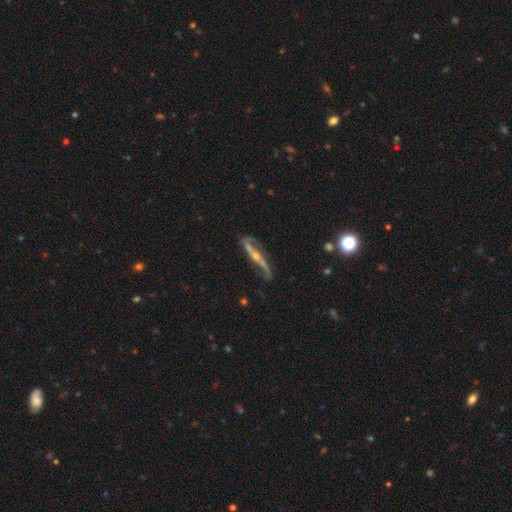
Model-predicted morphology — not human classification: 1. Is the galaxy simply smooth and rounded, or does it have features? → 84% featured or disk, 9% smooth, 7% star or artifact.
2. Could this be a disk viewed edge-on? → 57% no, 43% yes.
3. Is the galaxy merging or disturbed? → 56% none, 23% minor disturbance, 17% major disturbance, 4% merger.